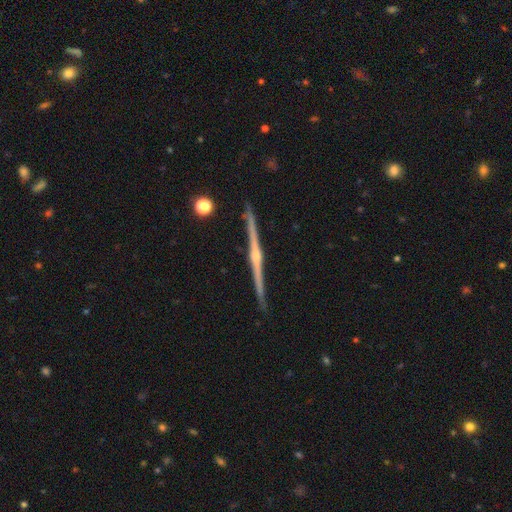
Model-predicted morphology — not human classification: smooth_or_featured: featured or disk (p=0.88) [alt: smooth p=0.07]
disk_edge_on: yes (p=0.99) [alt: no p=0.01]
edge_on_bulge: rounded (p=0.83) [alt: none p=0.10]
merging: none (p=0.92) [alt: minor disturbance p=0.06]